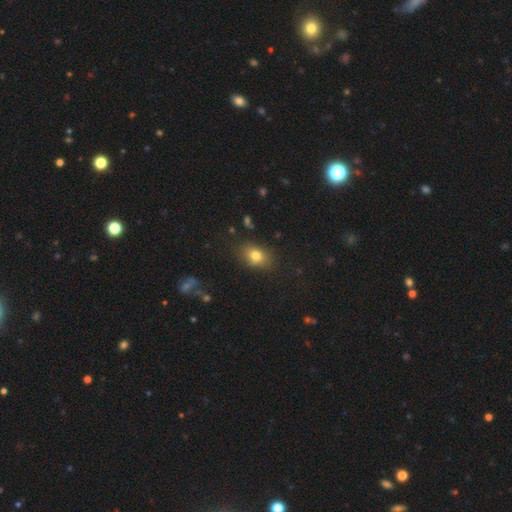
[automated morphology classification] Q: Smooth or featured?
A: smooth (78%); runner-up: star or artifact (12%)
Q: How rounded?
A: in between (68%); runner-up: round (30%)
Q: Merging?
A: none (78%); runner-up: minor disturbance (15%)